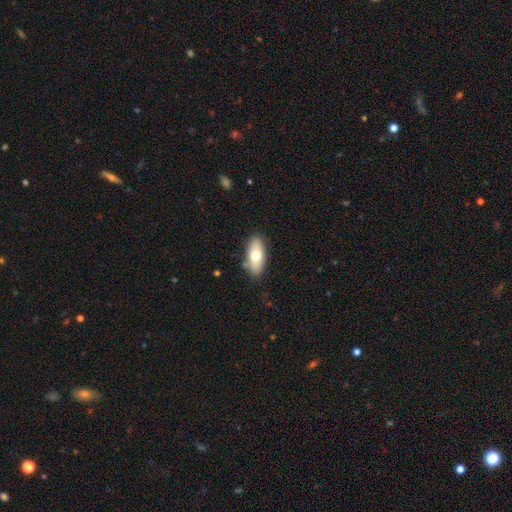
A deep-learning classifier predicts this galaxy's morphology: Smooth or featured: smooth — 70% (featured or disk — 24%)
How rounded: in between — 86% (cigar-shaped — 10%)
Merging: none — 84% (minor disturbance — 12%)